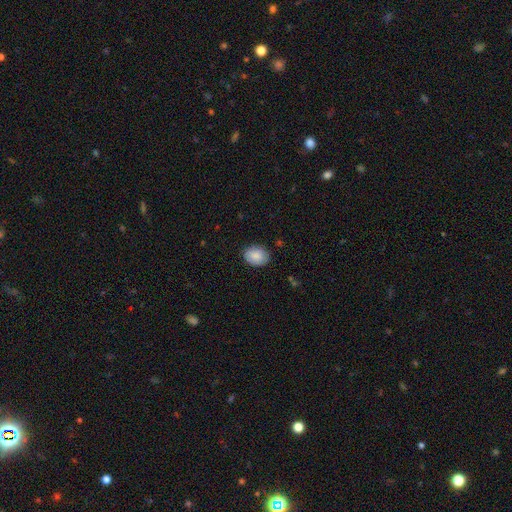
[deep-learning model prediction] Smooth or featured: smooth — 86% (featured or disk — 7%)
How rounded: in between — 62% (round — 37%)
Merging: none — 84% (minor disturbance — 12%)